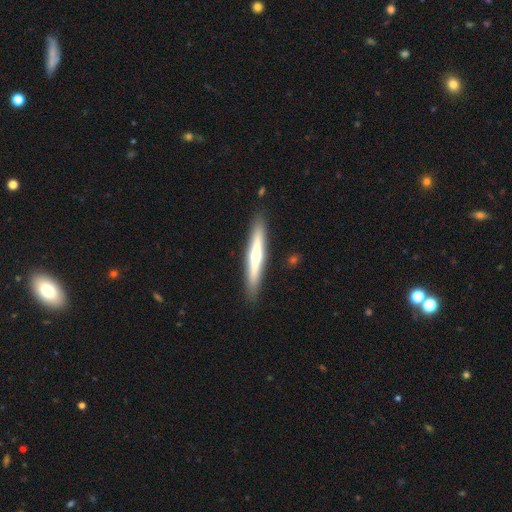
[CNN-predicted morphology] featured or disk 57%, smooth 38%, star or artifact 5%. Down the decision tree: edge-on disk — yes (95%); edge-on bulge — rounded (82%); merging — none (90%).